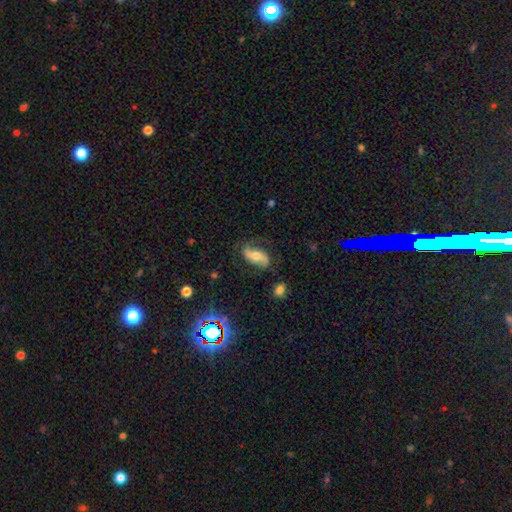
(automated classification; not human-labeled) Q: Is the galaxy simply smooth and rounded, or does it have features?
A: featured or disk — 58%.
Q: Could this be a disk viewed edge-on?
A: no — 90%.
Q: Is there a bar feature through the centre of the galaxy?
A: no — 44%.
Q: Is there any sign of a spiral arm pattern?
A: yes — 84%.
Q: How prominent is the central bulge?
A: moderate — 63%.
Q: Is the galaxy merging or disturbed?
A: none — 70%.